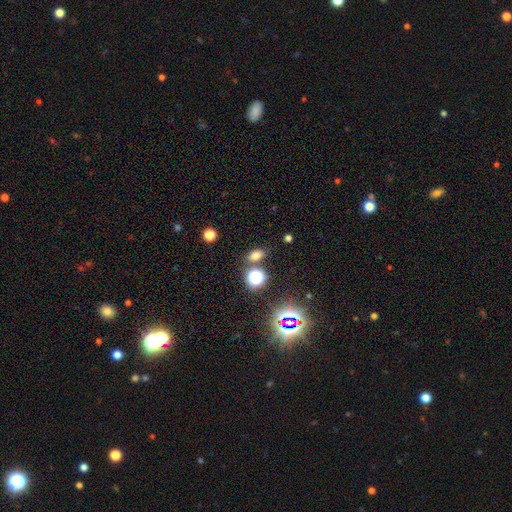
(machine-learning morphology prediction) A smooth galaxy with no disk features (69%) that is in between round and cigar-shaped (76%). Merging: none (79%).